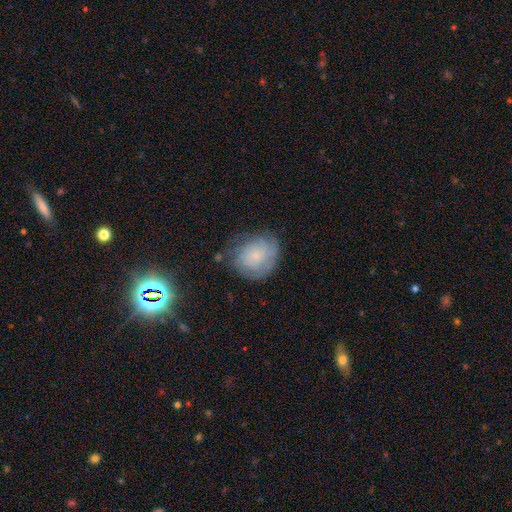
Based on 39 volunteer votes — smooth 49%, featured or disk 44%, star or artifact 8%. Down the decision tree: how rounded — round (58%); merging — none (44%).